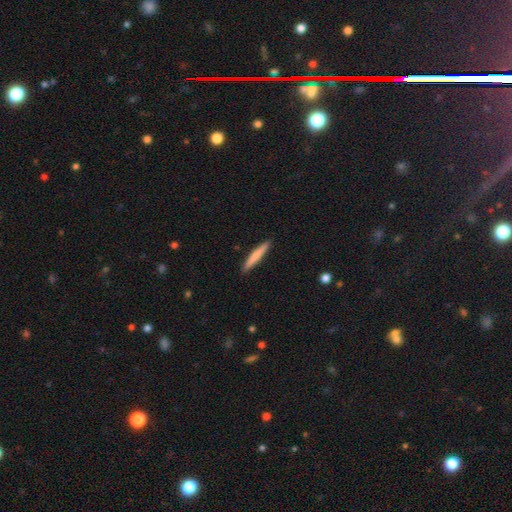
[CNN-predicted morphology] Overall: smooth (73%). How rounded: cigar-shaped (95%). Merging: none (91%).